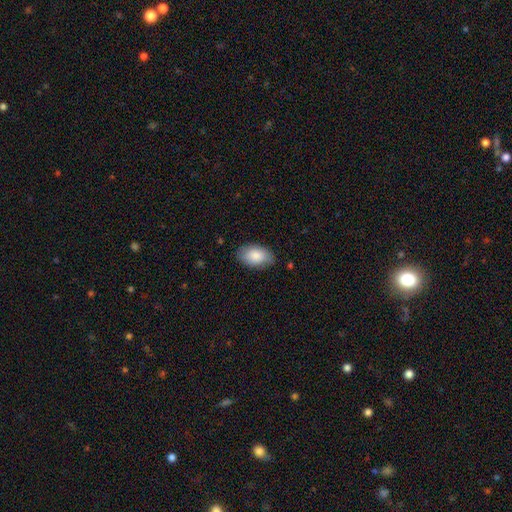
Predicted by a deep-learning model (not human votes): This appears to be a smooth galaxy with no disk features (84%) that is in between round and cigar-shaped (93%). Merging: none (78%).